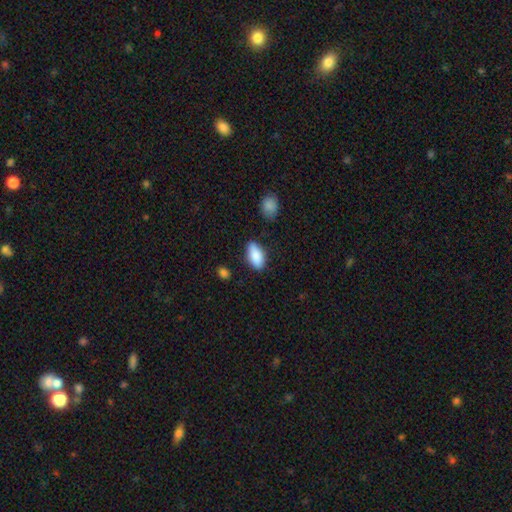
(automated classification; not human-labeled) This appears to be a smooth galaxy with no disk features (87%) that is in between round and cigar-shaped (91%). Merging: none (77%).